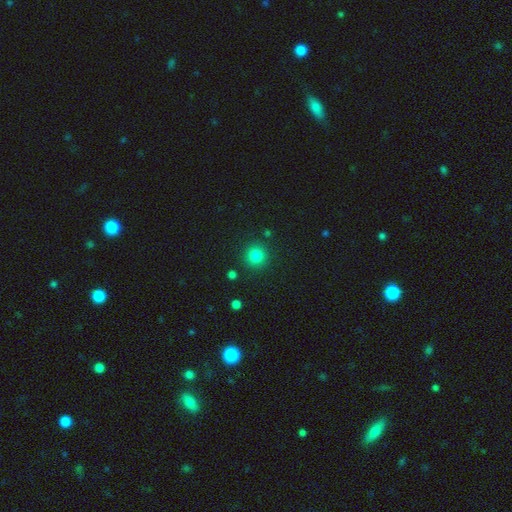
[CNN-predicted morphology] This is clearly a smooth galaxy (82%). How rounded: clearly round (93%). Merging: clearly none (88%).